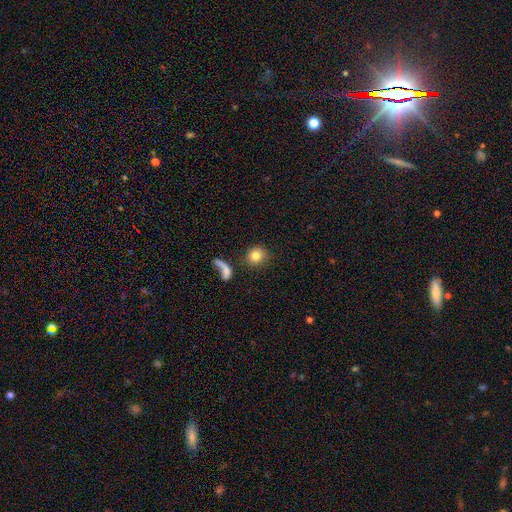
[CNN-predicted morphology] Smooth or featured: smooth — 81% (featured or disk — 10%)
How rounded: round — 87% (in between — 12%)
Merging: none — 75% (merger — 10%)